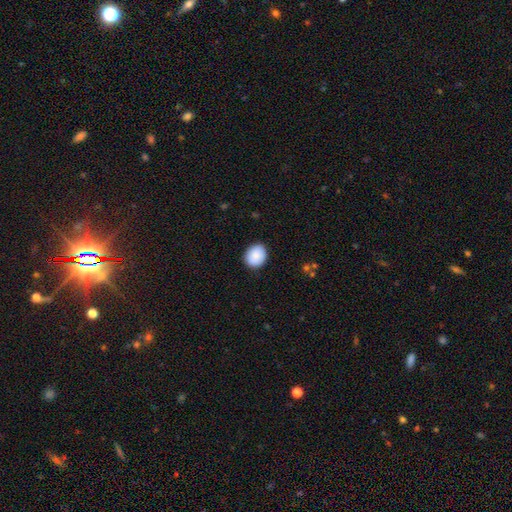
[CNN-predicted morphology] type=smooth (87%); roundness=round (56%); merging=none (87%).